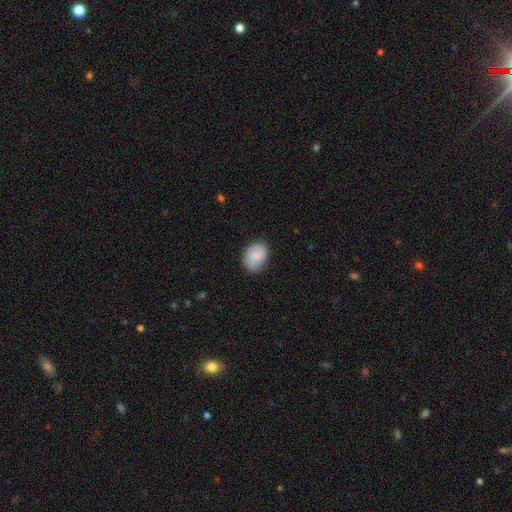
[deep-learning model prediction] The model was most divided on "how rounded": in between: 73%, round: 26%, cigar-shaped: 1%. More confident: merging — none (76%); smooth or featured — smooth (75%).